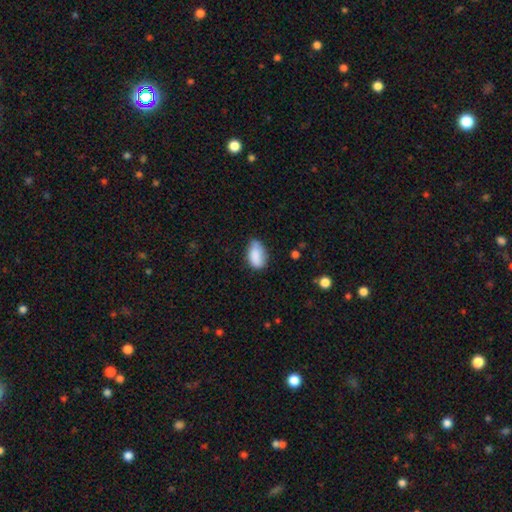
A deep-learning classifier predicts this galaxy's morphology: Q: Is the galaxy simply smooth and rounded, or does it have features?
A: smooth — 86%.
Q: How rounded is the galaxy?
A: in between — 92%.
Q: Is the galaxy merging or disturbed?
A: none — 62%.